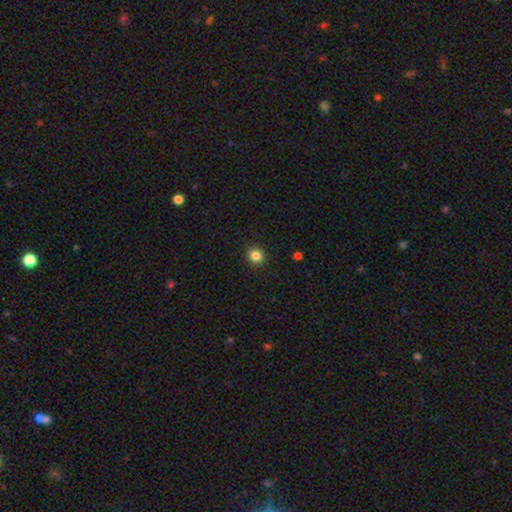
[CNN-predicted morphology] smooth 84%, star or artifact 12%, featured or disk 4%. Down the decision tree: how rounded — round (91%); merging — none (91%).